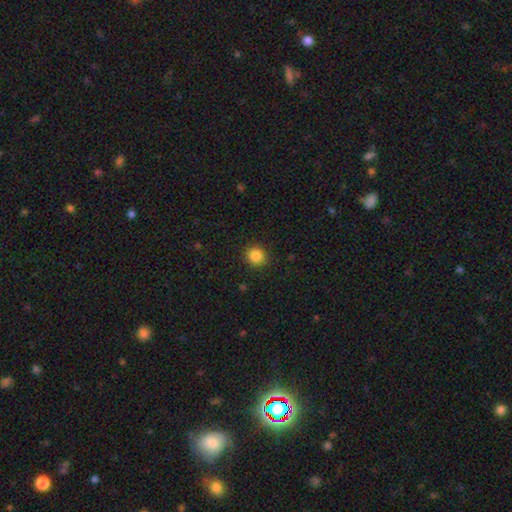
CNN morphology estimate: Q: Smooth or featured?
A: smooth (86%); runner-up: star or artifact (11%)
Q: How rounded?
A: round (90%); runner-up: in between (9%)
Q: Merging?
A: none (90%); runner-up: minor disturbance (7%)